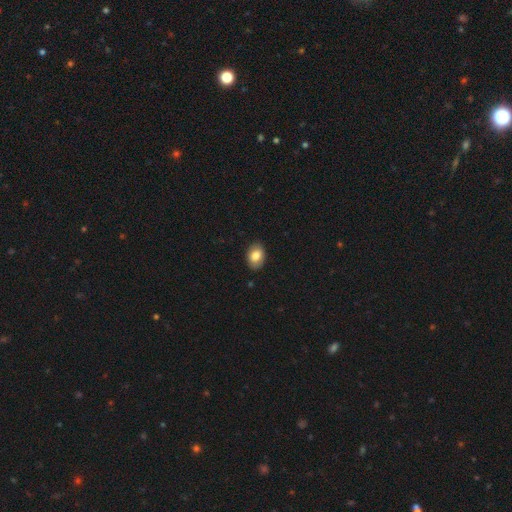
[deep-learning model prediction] The model was most divided on "how rounded": in between: 82%, round: 17%, cigar-shaped: 1%. More confident: merging — none (88%); smooth or featured — smooth (84%).